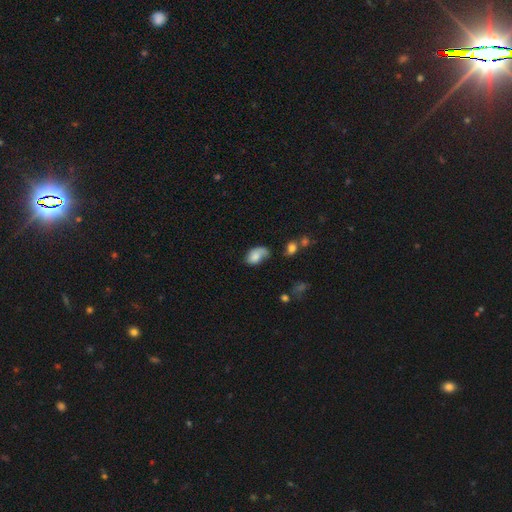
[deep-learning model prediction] Morphology: type=smooth (74%); roundness=in between (88%); merging=none (34%).